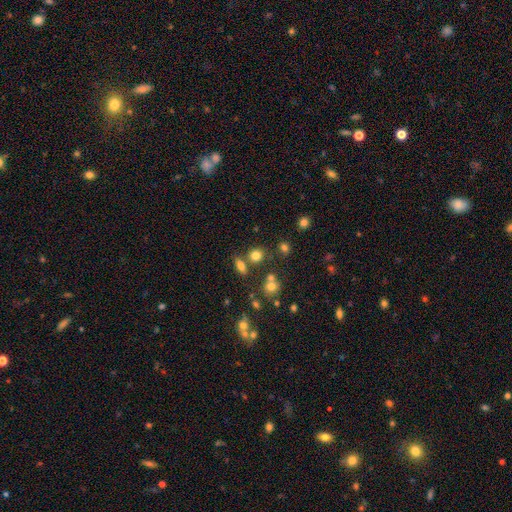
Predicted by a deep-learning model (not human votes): Smooth or featured?
  - smooth: 76% *
  - star or artifact: 16%
  - featured or disk: 8%
How rounded?
  - round: 74% *
  - in between: 24%
  - cigar-shaped: 2%
Merging?
  - none: 70% *
  - merger: 15%
  - minor disturbance: 11%
  - major disturbance: 4%